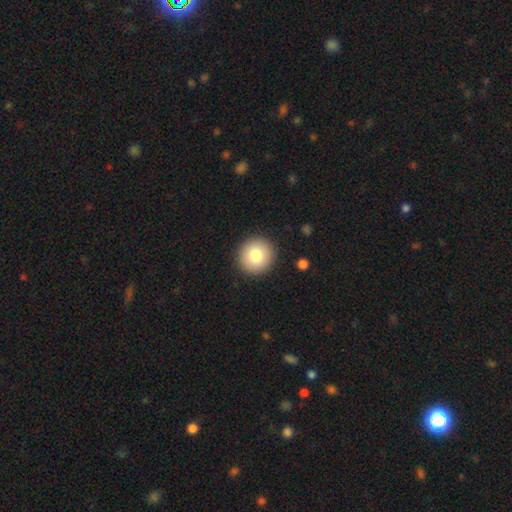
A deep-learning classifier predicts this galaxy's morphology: smooth_or_featured: smooth (p=0.79) [alt: featured or disk p=0.12]
how_rounded: round (p=0.94) [alt: in between p=0.05]
merging: none (p=0.92) [alt: minor disturbance p=0.05]